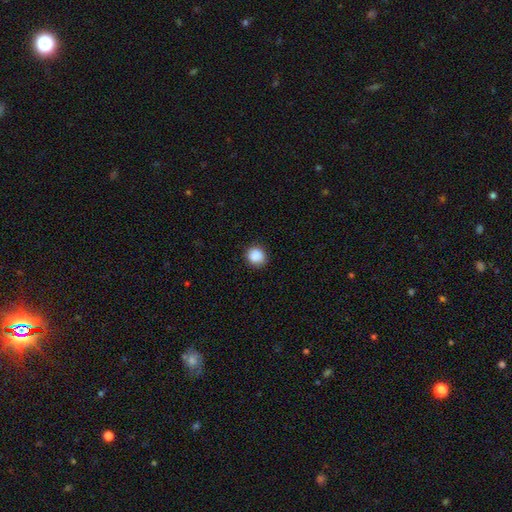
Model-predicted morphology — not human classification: Smooth or featured: smooth — 88% (star or artifact — 9%)
How rounded: round — 82% (in between — 18%)
Merging: none — 88% (minor disturbance — 9%)